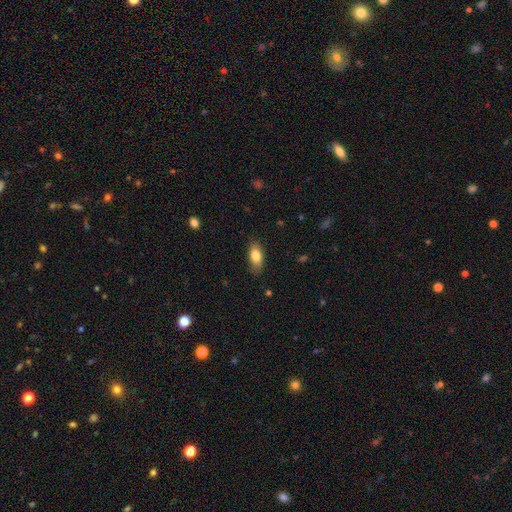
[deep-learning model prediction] A smooth galaxy with no disk features (81%) that is in between round and cigar-shaped (83%).

Vote fractions:
- Smooth or featured? smooth: 81% / featured or disk: 12% / star or artifact: 7%
- How rounded? in between: 83% / cigar-shaped: 13% / round: 4%
- Merging? none: 79% / minor disturbance: 16% / major disturbance: 3% / merger: 1%